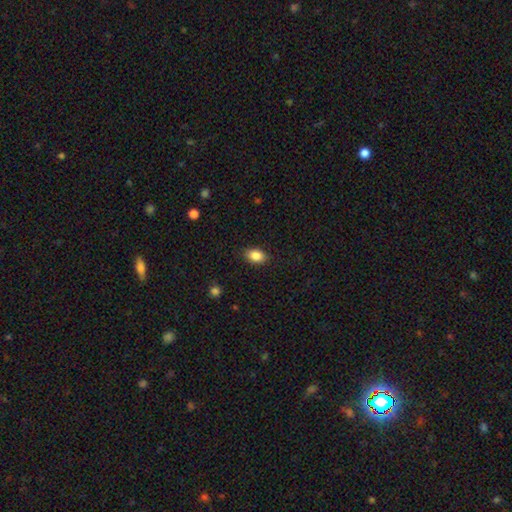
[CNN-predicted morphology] The model was most divided on "how rounded": in between: 86%, round: 13%, cigar-shaped: 2%. More confident: merging — none (88%); smooth or featured — smooth (86%).